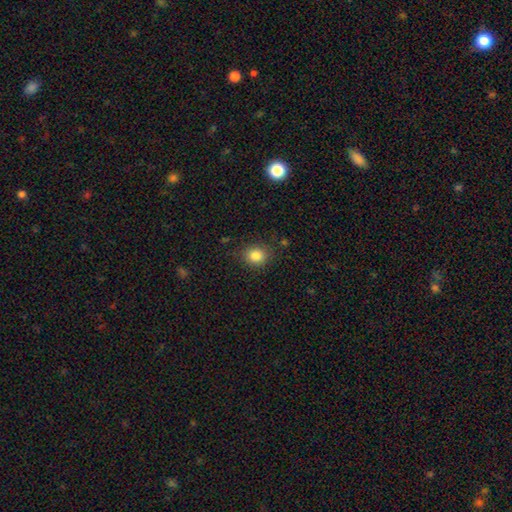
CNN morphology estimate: This appears to be a smooth galaxy with no disk features (85%) that is round (68%). Merging: none (83%).